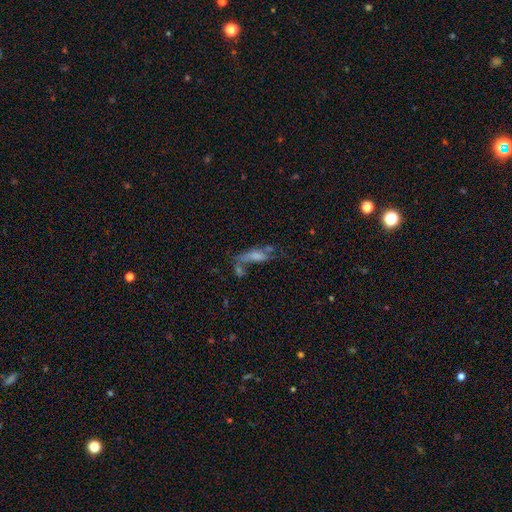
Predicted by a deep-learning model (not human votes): Smooth or featured? smooth (49%)
Merging? none (34%)